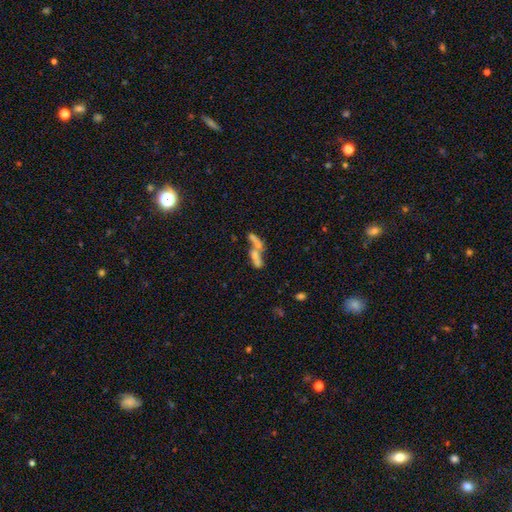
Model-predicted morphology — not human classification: smooth-or-featured: smooth: 48% | featured or disk: 37% | star or artifact: 14%
  merging: merger: 59% | none: 23% | major disturbance: 10% | minor disturbance: 8%